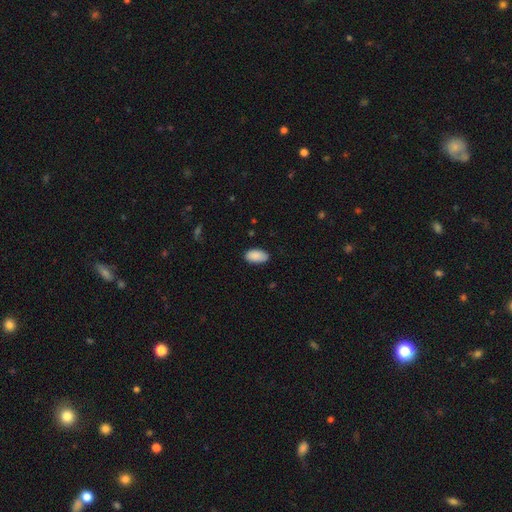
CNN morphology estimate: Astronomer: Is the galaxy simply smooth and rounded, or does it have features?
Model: smooth — 90%.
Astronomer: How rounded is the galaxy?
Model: in between — 95%.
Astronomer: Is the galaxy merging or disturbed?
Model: none — 83%.